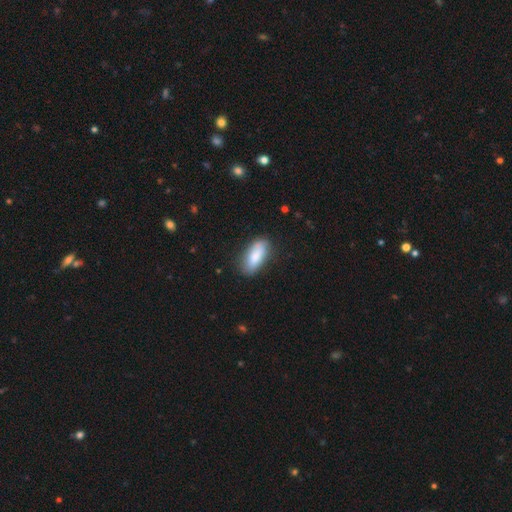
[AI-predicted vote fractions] Smooth or featured: smooth — 84% (featured or disk — 10%)
How rounded: in between — 85% (cigar-shaped — 12%)
Merging: none — 78% (minor disturbance — 17%)